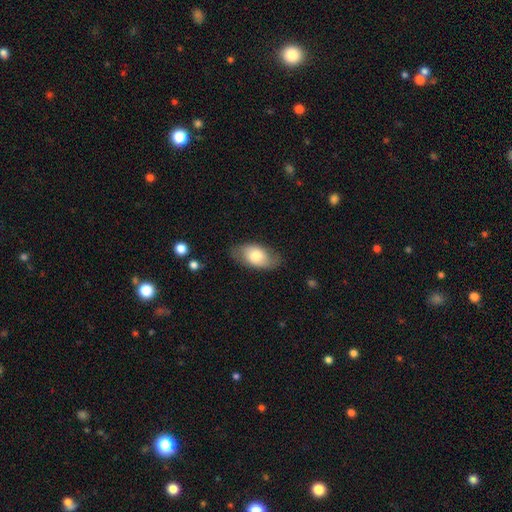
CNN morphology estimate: Overall: smooth (64%; featured or disk 29%). How rounded: in between (92%). Merging: none (74%).